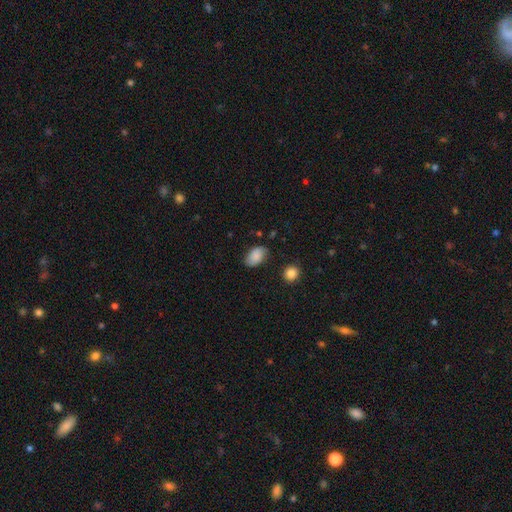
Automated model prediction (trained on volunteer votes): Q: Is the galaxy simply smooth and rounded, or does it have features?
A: smooth — 83%.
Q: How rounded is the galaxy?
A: in between — 91%.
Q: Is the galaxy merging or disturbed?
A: none — 76%.